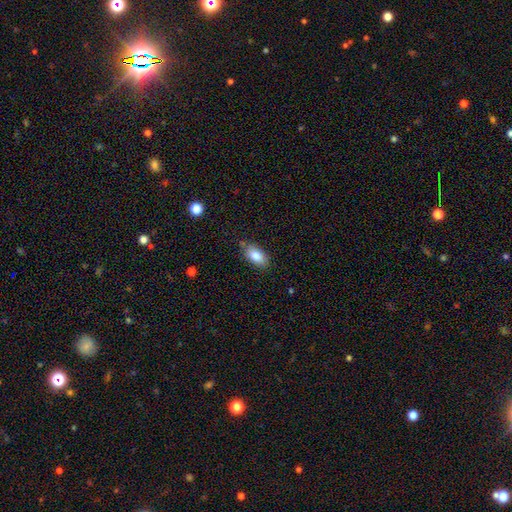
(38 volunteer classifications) smooth-or-featured: smooth: 92% | featured or disk: 5% | star or artifact: 3%
  how-rounded: in between: 94% | cigar-shaped: 6% | round: 0%
  merging: none: 73% | minor disturbance: 14% | major disturbance: 8% | merger: 5%